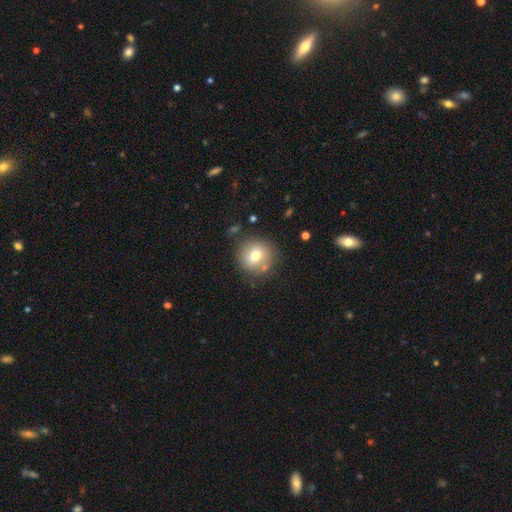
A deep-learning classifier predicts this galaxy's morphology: smooth_or_featured: smooth (p=0.73) [alt: featured or disk p=0.17]
how_rounded: round (p=0.91) [alt: in between p=0.08]
merging: none (p=0.78) [alt: minor disturbance p=0.12]